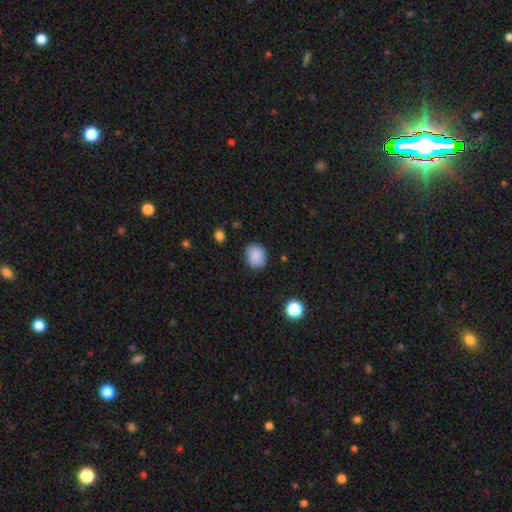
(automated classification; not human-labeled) smooth-or-featured: smooth: 88% | star or artifact: 8% | featured or disk: 4%
  how-rounded: in between: 55% | round: 44% | cigar-shaped: 1%
  merging: none: 82% | minor disturbance: 14% | major disturbance: 3% | merger: 1%